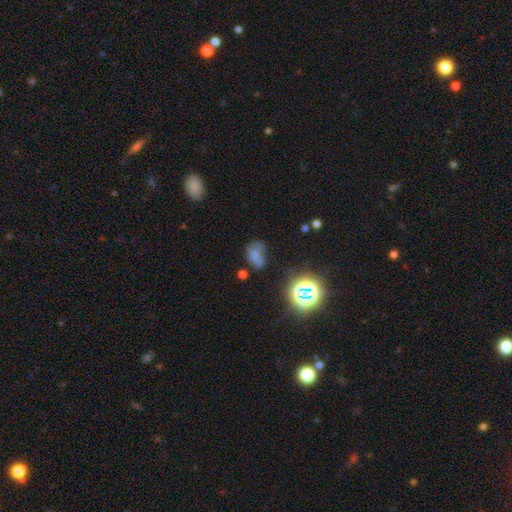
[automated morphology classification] A smooth galaxy with no disk features (53%) that is in between round and cigar-shaped (77%). Merging: none (35%).